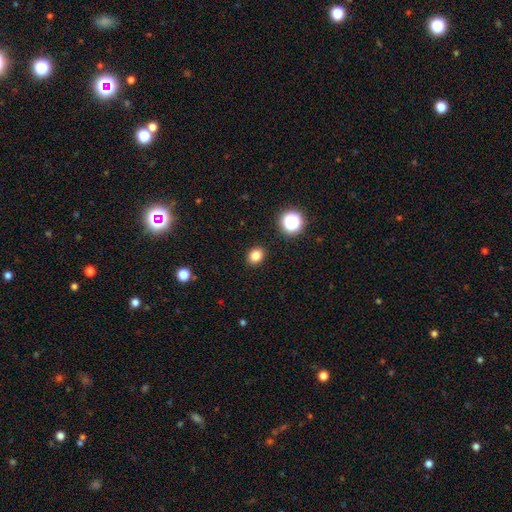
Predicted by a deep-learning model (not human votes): Q: Smooth or featured?
A: smooth (82%); runner-up: star or artifact (13%)
Q: How rounded?
A: round (53%); runner-up: in between (47%)
Q: Merging?
A: none (90%); runner-up: minor disturbance (7%)